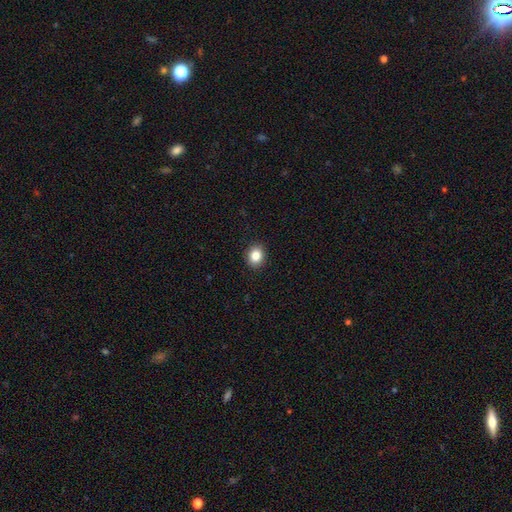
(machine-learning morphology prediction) This is clearly a smooth galaxy (85%). How rounded: possibly round (58%). Merging: clearly none (91%).